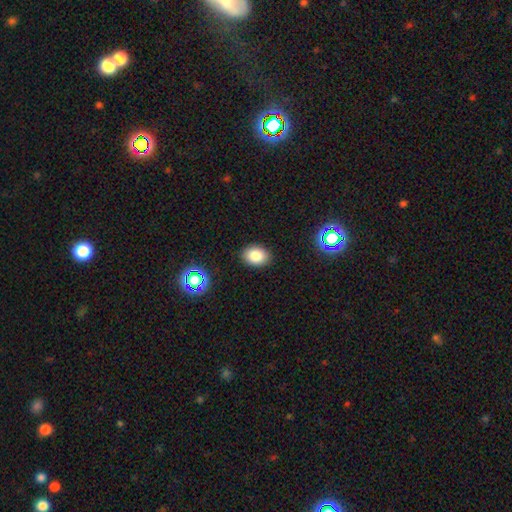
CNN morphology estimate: The model was most divided on "how rounded": in between: 73%, round: 26%, cigar-shaped: 1%. More confident: merging — none (88%); smooth or featured — smooth (83%).